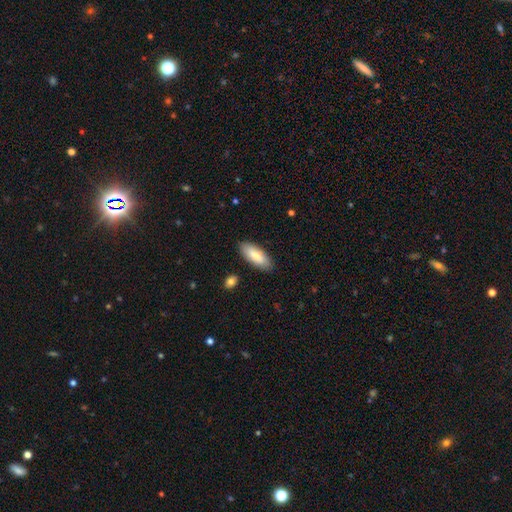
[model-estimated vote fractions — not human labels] A smooth galaxy with no disk features (78%) that is in between round and cigar-shaped (80%).

Vote fractions:
- Smooth or featured? smooth: 78% / featured or disk: 17% / star or artifact: 6%
- How rounded? in between: 80% / cigar-shaped: 18% / round: 2%
- Merging? none: 87% / minor disturbance: 9% / major disturbance: 2% / merger: 2%